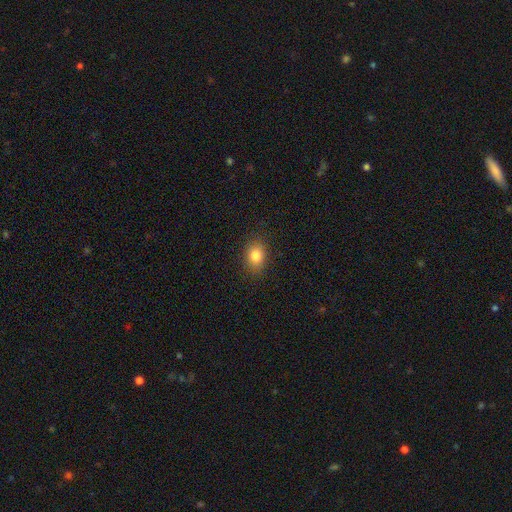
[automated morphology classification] The model was most divided on "how rounded": in between: 63%, round: 36%, cigar-shaped: 1%. More confident: merging — none (87%); smooth or featured — smooth (83%).